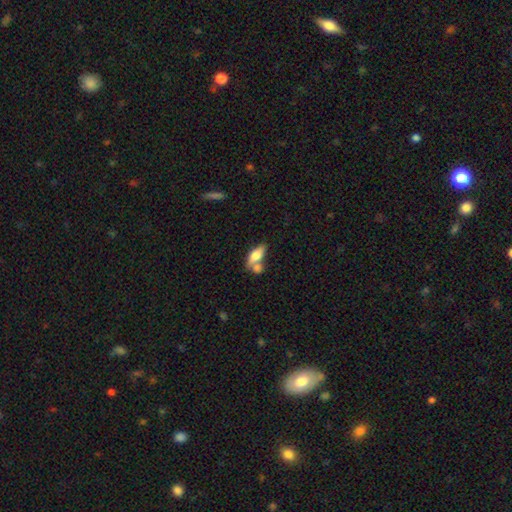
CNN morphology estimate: Overall: smooth (70%). How rounded: in between (77%). Merging: merger (45%; none 38%).